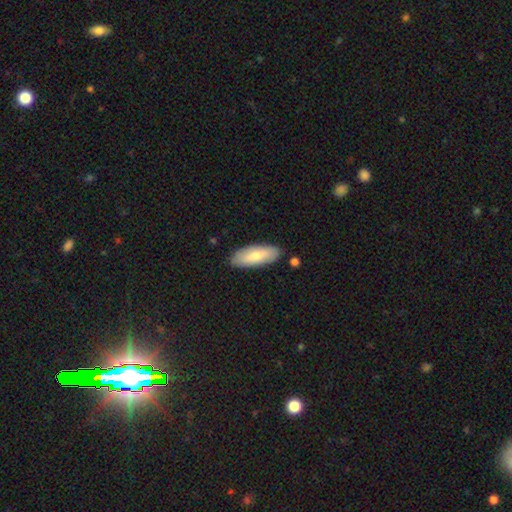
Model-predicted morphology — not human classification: type=smooth (72%); roundness=in between (75%); merging=none (86%).